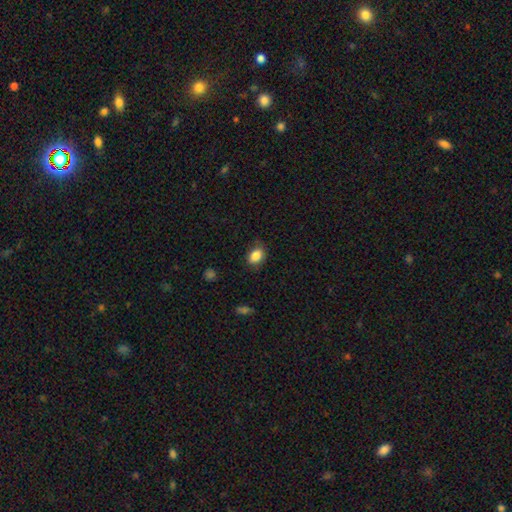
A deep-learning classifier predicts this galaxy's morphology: Smooth or featured?
  - smooth: 86% *
  - star or artifact: 9%
  - featured or disk: 5%
How rounded?
  - in between: 74% *
  - round: 24%
  - cigar-shaped: 1%
Merging?
  - none: 78% *
  - minor disturbance: 17%
  - major disturbance: 4%
  - merger: 1%